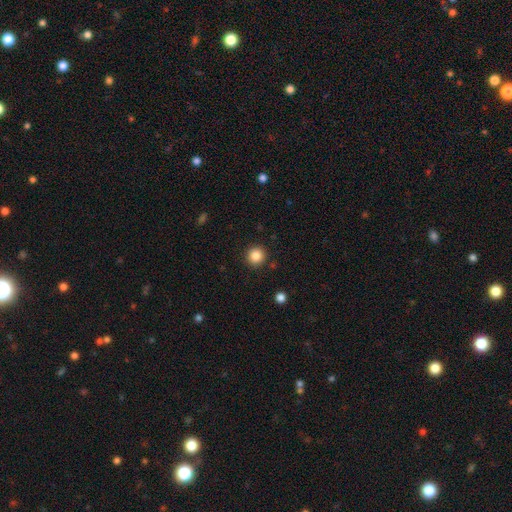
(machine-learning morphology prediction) smooth 86%, star or artifact 11%, featured or disk 4%. Down the decision tree: how rounded — round (95%); merging — none (91%).